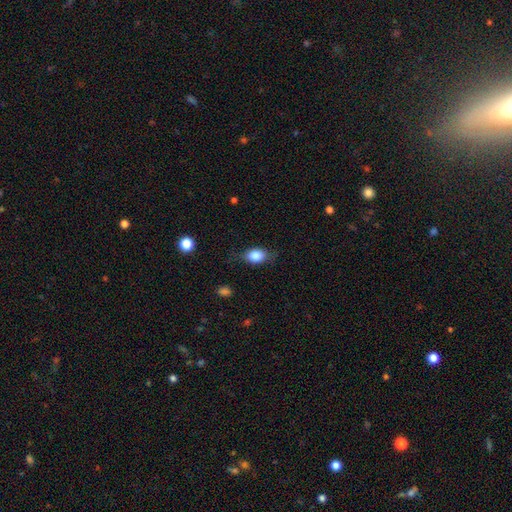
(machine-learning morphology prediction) type=smooth (80%); roundness=in between (79%); merging=none (70%).